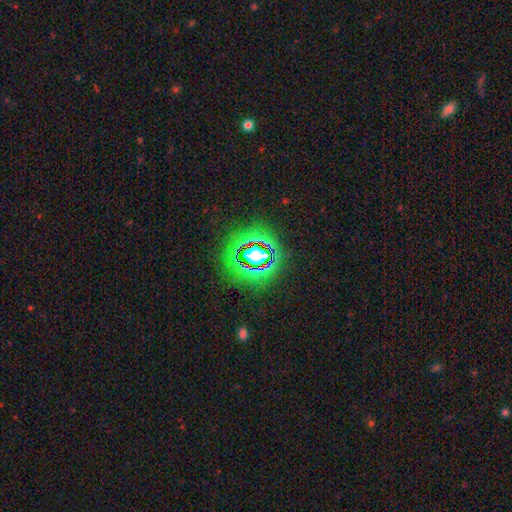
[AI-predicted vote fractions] A star or artifact, not a galaxy (80%).